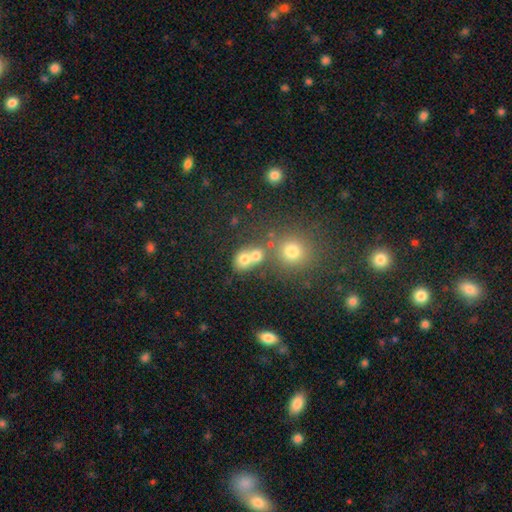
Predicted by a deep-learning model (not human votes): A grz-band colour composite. It shows a smooth galaxy with no disk features (71%) that is round (70%). Merging: merger (46%).